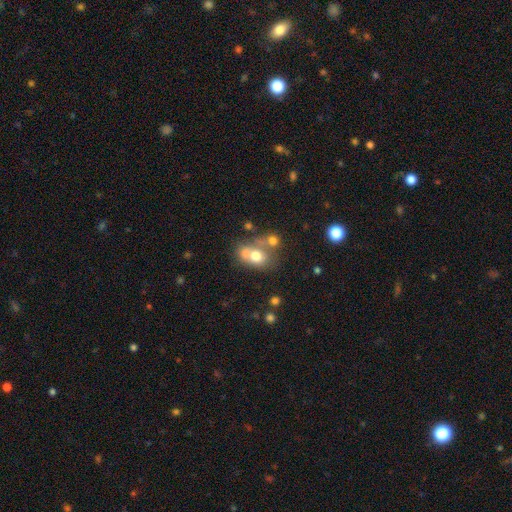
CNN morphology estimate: smooth-or-featured: smooth: 66% | featured or disk: 22% | star or artifact: 11%
  how-rounded: in between: 59% | round: 40% | cigar-shaped: 1%
  merging: merger: 47% | none: 31% | minor disturbance: 13% | major disturbance: 9%